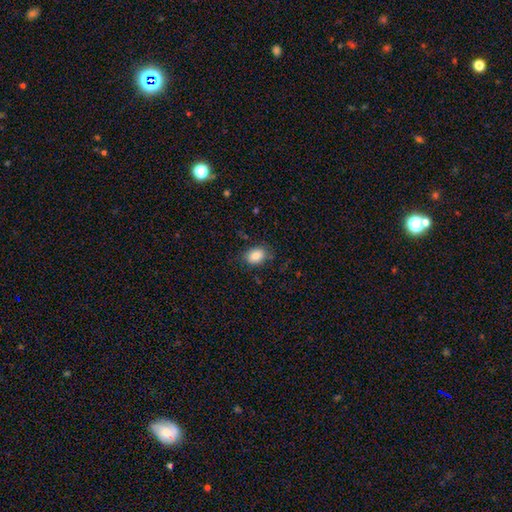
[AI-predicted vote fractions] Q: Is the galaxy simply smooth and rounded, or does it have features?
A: smooth — 84%.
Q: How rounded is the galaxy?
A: in between — 71%.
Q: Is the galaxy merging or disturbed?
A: none — 78%.